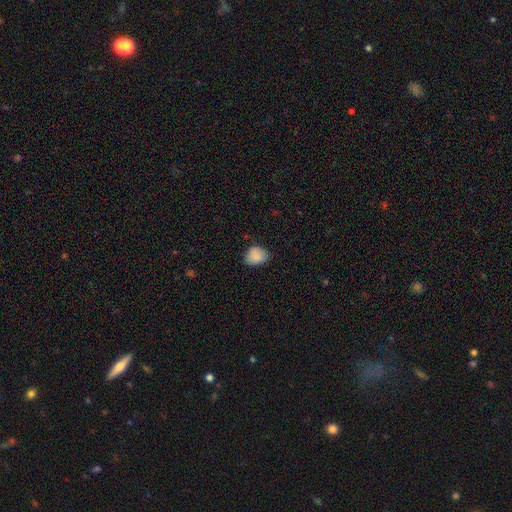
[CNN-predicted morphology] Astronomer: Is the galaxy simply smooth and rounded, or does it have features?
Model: smooth — 87%.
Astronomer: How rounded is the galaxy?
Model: round — 50% (runner-up: in between, 49%).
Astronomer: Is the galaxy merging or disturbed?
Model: none — 72%.